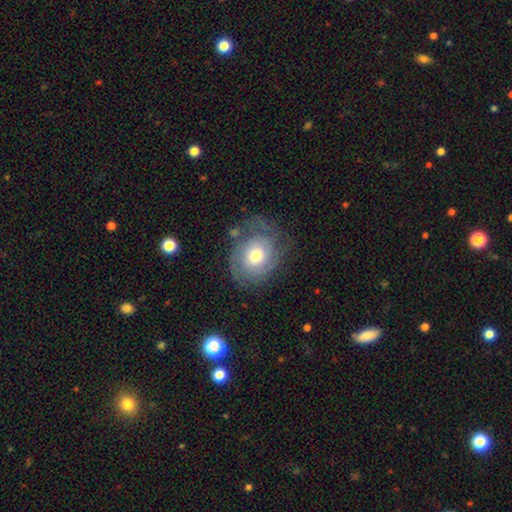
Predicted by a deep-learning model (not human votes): Smooth or featured? Predicted: featured or disk (p=0.61). Edge-on disk? Predicted: no (p=0.96). Bar? Predicted: no (p=0.79). Spiral arms? Predicted: yes (p=0.79). Bulge size? Predicted: moderate (p=0.69). Merging? Predicted: none (p=0.59).